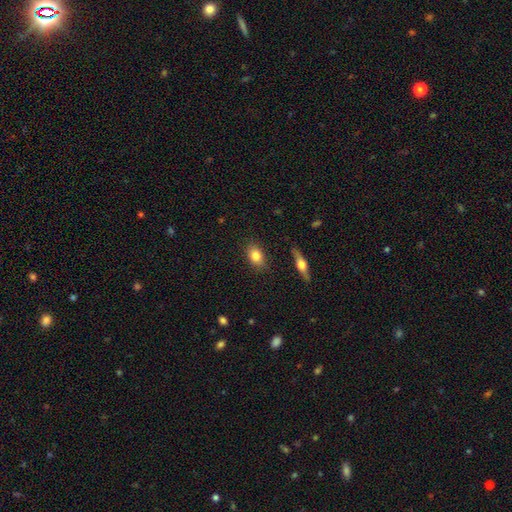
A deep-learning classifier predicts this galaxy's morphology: A smooth galaxy with no disk features (81%) that is in between round and cigar-shaped (76%).

Vote fractions:
- Smooth or featured? smooth: 81% / featured or disk: 11% / star or artifact: 8%
- How rounded? in between: 76% / round: 21% / cigar-shaped: 3%
- Merging? none: 86% / minor disturbance: 10% / major disturbance: 2% / merger: 2%